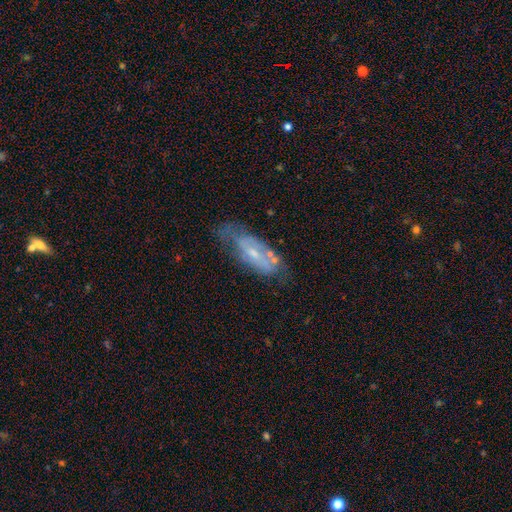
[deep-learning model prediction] Smooth or featured? Predicted: featured or disk (p=0.66). Edge-on disk? Predicted: no (p=0.83). Bar? Predicted: no (p=0.49). Spiral arms? Predicted: yes (p=0.63). Bulge size? Predicted: small (p=0.61). Merging? Predicted: none (p=0.57).